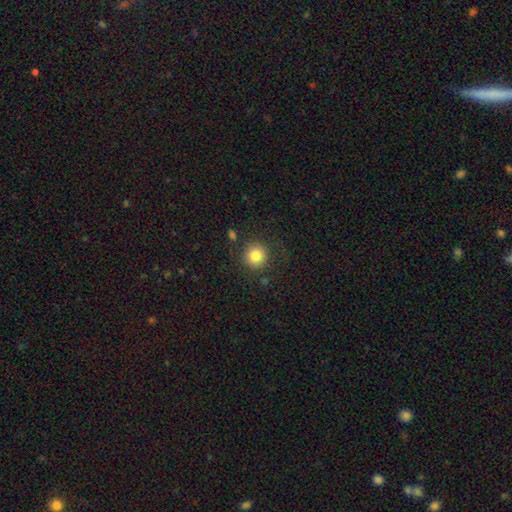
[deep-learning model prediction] Morphology: type=smooth (82%); roundness=round (93%); merging=none (85%).